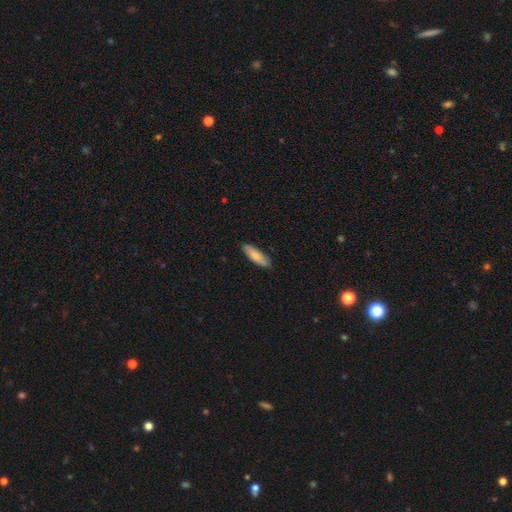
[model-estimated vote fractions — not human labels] Morphology: type=smooth (79%); roundness=in between (53%); merging=none (85%).